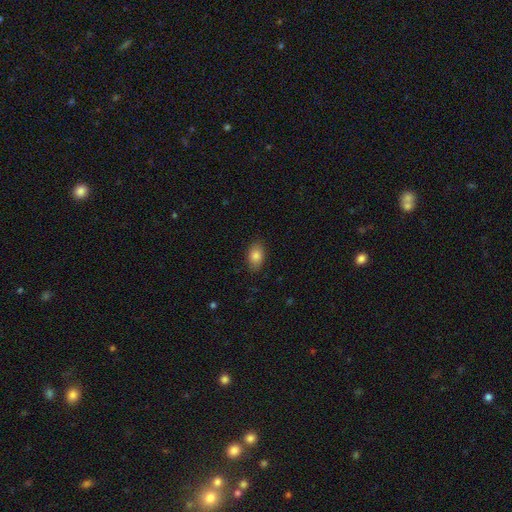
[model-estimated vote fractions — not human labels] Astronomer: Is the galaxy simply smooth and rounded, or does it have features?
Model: smooth — 84%.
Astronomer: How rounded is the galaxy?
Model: in between — 89%.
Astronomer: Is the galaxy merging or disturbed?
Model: none — 86%.